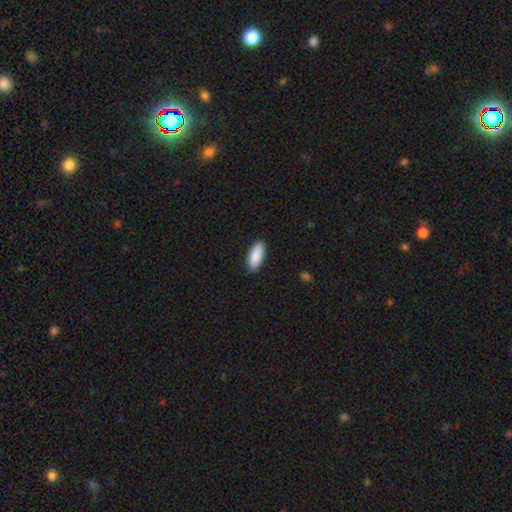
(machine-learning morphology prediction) Overall: smooth (91%). How rounded: in between (83%). Merging: none (89%).